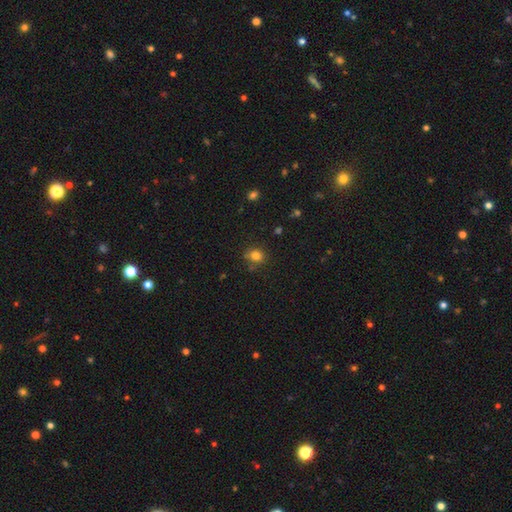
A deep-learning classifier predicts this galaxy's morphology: A smooth galaxy with no disk features (79%) that is round (70%).

Vote fractions:
- Smooth or featured? smooth: 79% / star or artifact: 14% / featured or disk: 7%
- How rounded? round: 70% / in between: 29% / cigar-shaped: 1%
- Merging? none: 75% / minor disturbance: 16% / merger: 6% / major disturbance: 4%